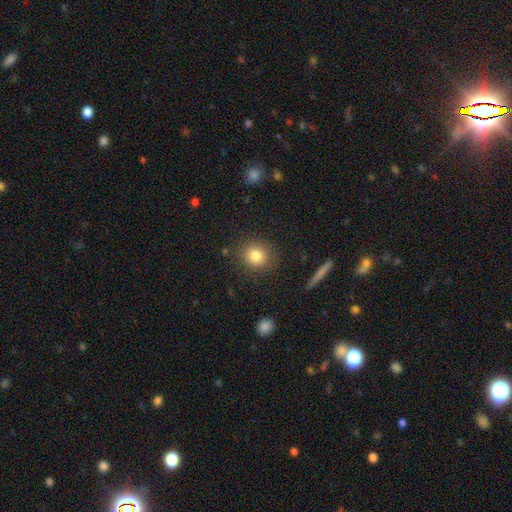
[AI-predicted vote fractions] A smooth galaxy with no disk features (82%) that is round (88%). Merging: none (88%).